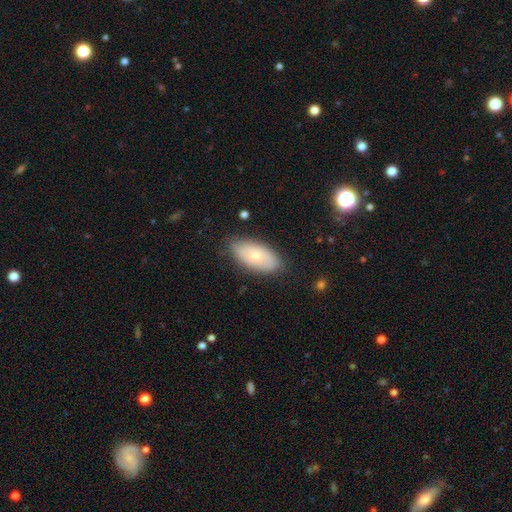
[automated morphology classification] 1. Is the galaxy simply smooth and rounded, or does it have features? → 59% smooth, 34% featured or disk, 7% star or artifact.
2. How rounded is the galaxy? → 92% in between, 5% cigar-shaped, 3% round.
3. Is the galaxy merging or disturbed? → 81% none, 15% minor disturbance, 3% major disturbance, 1% merger.